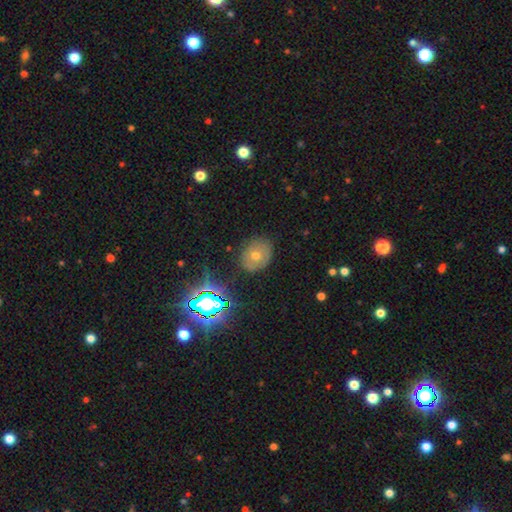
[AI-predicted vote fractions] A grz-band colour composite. It shows a smooth galaxy with no disk features (50%) that is round (50%). Merging: none (80%).